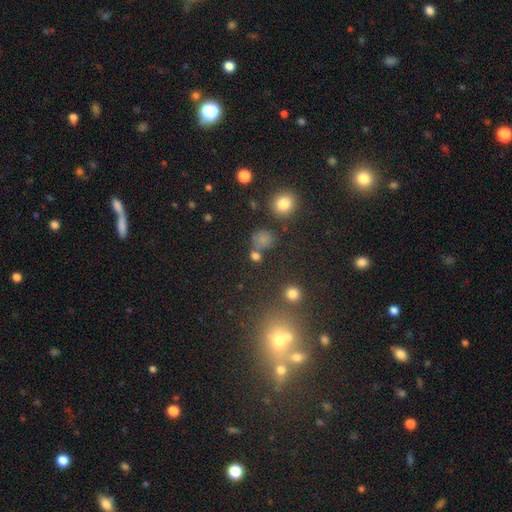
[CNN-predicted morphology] The model was most divided on "merging": none: 64%, merger: 17%, minor disturbance: 13%, major disturbance: 6%. More confident: how rounded — round (78%); smooth or featured — smooth (70%).